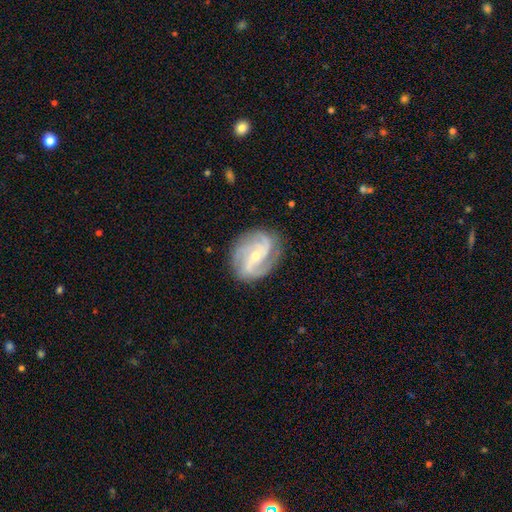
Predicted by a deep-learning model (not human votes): A featured or disk galaxy (89%) with a weak bar (37%), 3 (39%) medium (47%) spiral arms (97%) and a small central bulge (61%).

Vote fractions:
- Smooth or featured? featured or disk: 89% / smooth: 6% / star or artifact: 5%
- Edge-on disk? no: 97% / yes: 3%
- Bar? weak: 37% / no: 34% / strong: 29%
- Spiral arms? yes: 97% / no: 3%
- Spiral winding? medium: 47% / tight: 35% / loose: 19%
- Spiral arm count? 3: 39% / 2: 34% / can't tell: 10% / 4: 8% / 1: 4% / more than 4: 4%
- Bulge size? small: 61% / moderate: 36% / large: 1% / none: 1% / dominant: 1%
- Merging? none: 80% / minor disturbance: 14% / major disturbance: 5% / merger: 1%